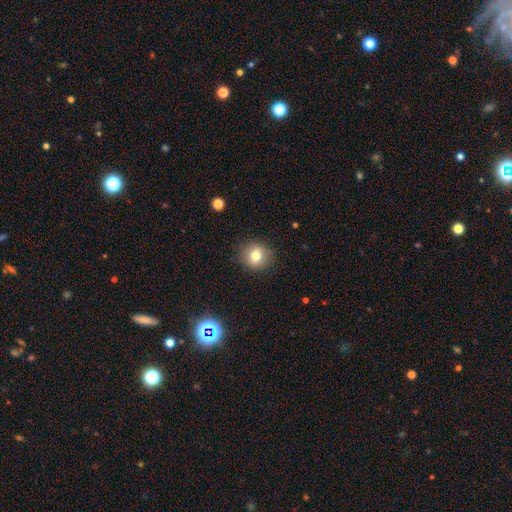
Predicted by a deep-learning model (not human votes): Smooth or featured?
  - smooth: 78% *
  - star or artifact: 11%
  - featured or disk: 11%
How rounded?
  - round: 84% *
  - in between: 15%
  - cigar-shaped: 1%
Merging?
  - none: 87% *
  - minor disturbance: 9%
  - major disturbance: 3%
  - merger: 1%